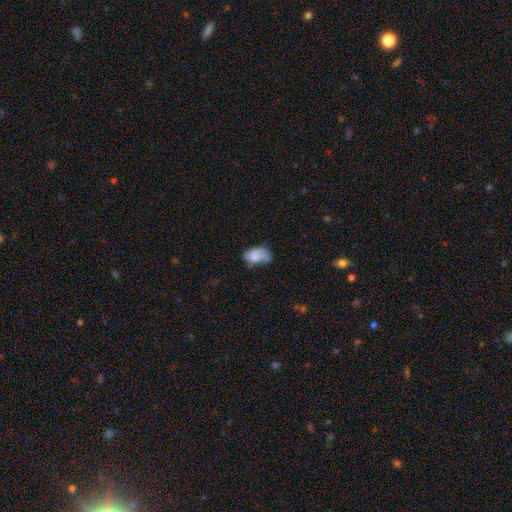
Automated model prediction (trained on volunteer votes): A smooth galaxy with no disk features (72%) that is in between round and cigar-shaped (91%). Merging: none (39%).